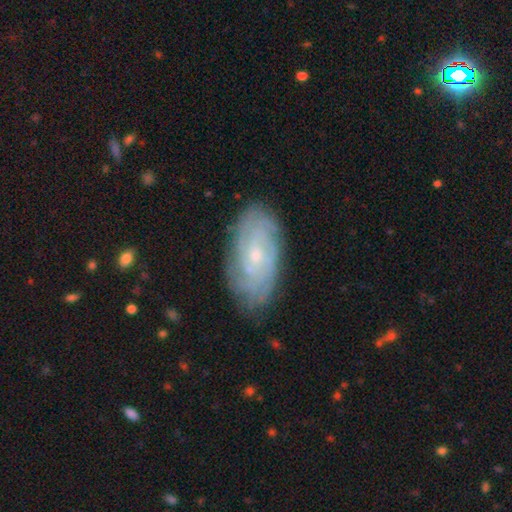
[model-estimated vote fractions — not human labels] Q: Smooth or featured?
A: featured or disk (74%); runner-up: smooth (19%)
Q: Edge-on disk?
A: no (94%); runner-up: yes (6%)
Q: Bar?
A: no (65%); runner-up: weak (30%)
Q: Spiral arms?
A: yes (92%); runner-up: no (8%)
Q: Spiral winding?
A: tight (72%); runner-up: medium (22%)
Q: Spiral arm count?
A: can't tell (51%); runner-up: 4 (14%)
Q: Bulge size?
A: small (67%); runner-up: moderate (29%)
Q: Merging?
A: none (80%); runner-up: minor disturbance (15%)